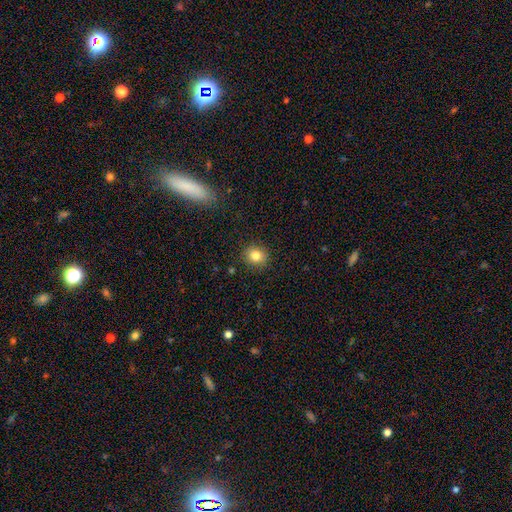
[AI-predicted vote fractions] This is clearly a smooth galaxy (82%). How rounded: likely round (80%). Merging: clearly none (89%).